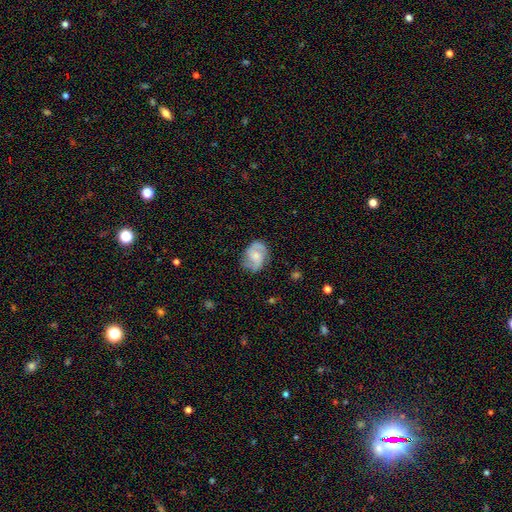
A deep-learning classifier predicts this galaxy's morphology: Smooth or featured? featured or disk (71%)
Edge-on disk? no (97%)
Bar? no (58%)
Spiral arms? yes (93%)
Spiral winding? medium (50%)
Spiral arm count? 2 (79%)
Bulge size? moderate (43%)
Merging? none (72%)